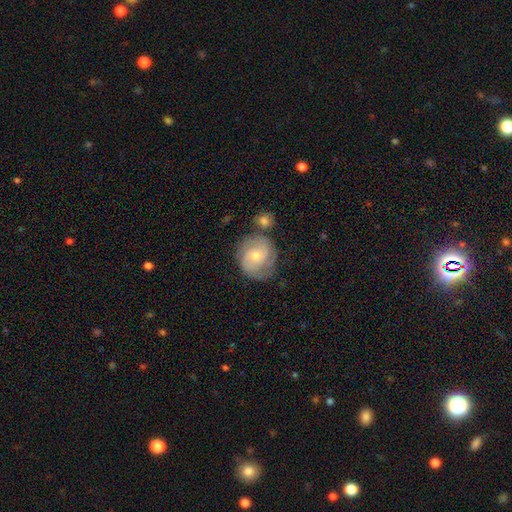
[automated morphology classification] A featured or disk galaxy (69%) with no bar (68%), 2 (52%) tight (55%) spiral arms (89%) and a small central bulge (55%).

Vote fractions:
- Smooth or featured? featured or disk: 69% / smooth: 24% / star or artifact: 7%
- Edge-on disk? no: 97% / yes: 3%
- Bar? no: 68% / weak: 27% / strong: 5%
- Spiral arms? yes: 89% / no: 11%
- Spiral winding? tight: 55% / medium: 34% / loose: 11%
- Spiral arm count? 2: 52% / can't tell: 25% / 3: 13% / 1: 4% / 4: 3% / more than 4: 3%
- Bulge size? small: 55% / moderate: 41% / large: 2% / none: 1% / dominant: 1%
- Merging? none: 64% / minor disturbance: 20% / merger: 8% / major disturbance: 8%